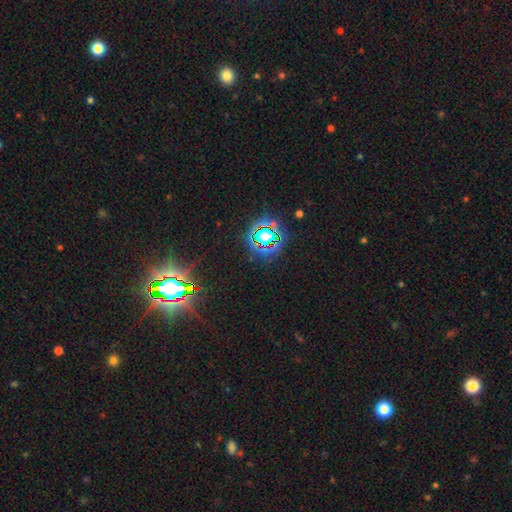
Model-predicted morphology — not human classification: Q: Smooth or featured?
A: star or artifact (83%); runner-up: smooth (10%)